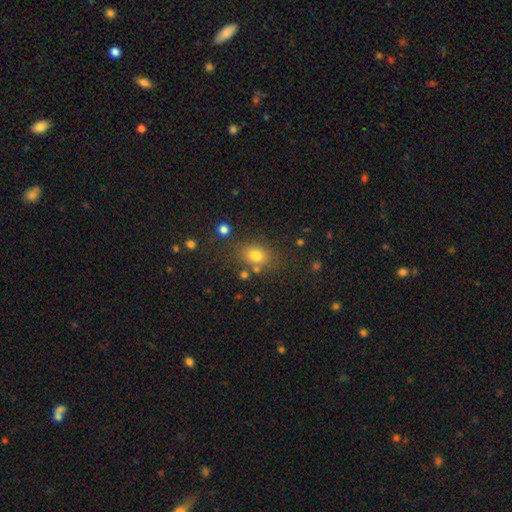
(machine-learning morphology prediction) This is likely a smooth galaxy (76%). How rounded: possibly in between (57%). Merging: likely none (74%).